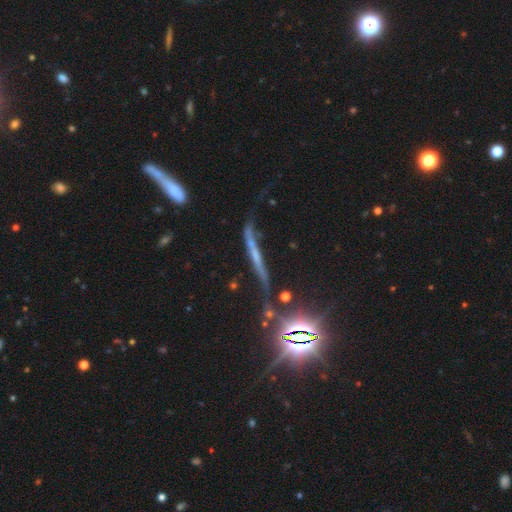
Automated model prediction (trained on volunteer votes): Smooth or featured? Predicted: featured or disk (p=0.48). Merging? Predicted: none (p=0.48).